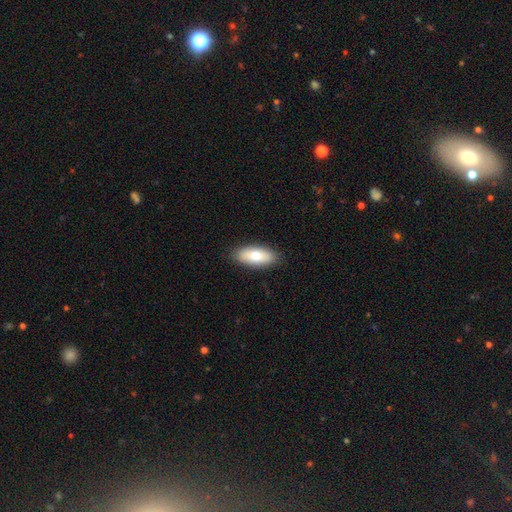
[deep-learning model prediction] Smooth or featured: smooth — 77% (featured or disk — 17%)
How rounded: in between — 83% (cigar-shaped — 14%)
Merging: none — 88% (minor disturbance — 9%)